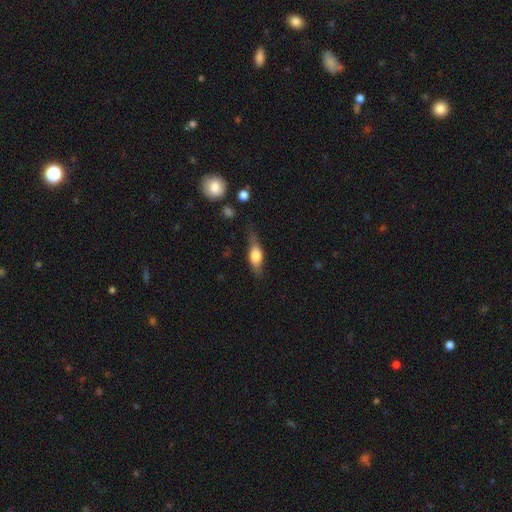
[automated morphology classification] The model was most divided on "smooth or featured": smooth: 59%, featured or disk: 35%, star or artifact: 7%. More confident: merging — none (63%); how rounded — in between (61%).